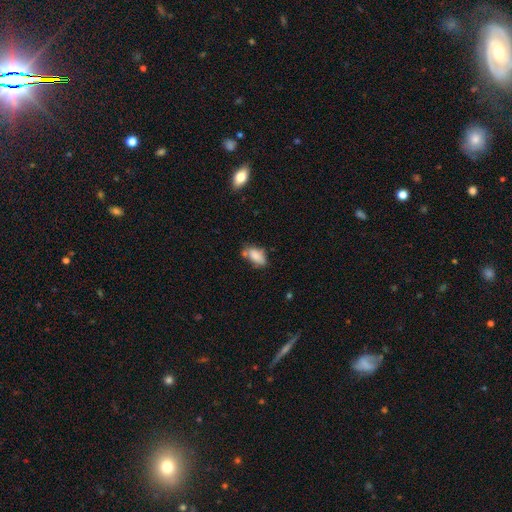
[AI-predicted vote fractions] Morphology: type=smooth (81%); roundness=in between (90%); merging=none (53%).